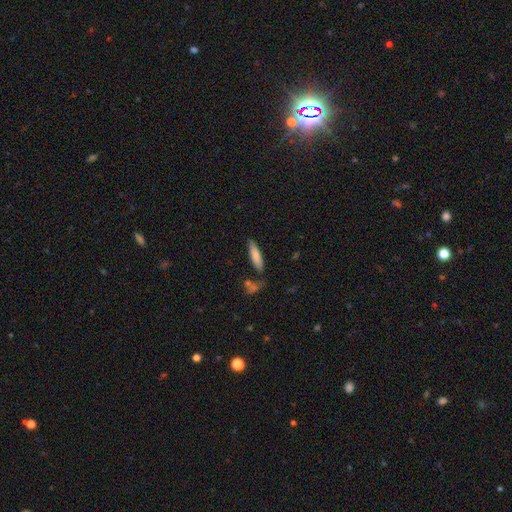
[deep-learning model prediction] Q: Smooth or featured?
A: smooth (78%); runner-up: featured or disk (16%)
Q: How rounded?
A: cigar-shaped (67%); runner-up: in between (31%)
Q: Merging?
A: none (75%); runner-up: minor disturbance (14%)